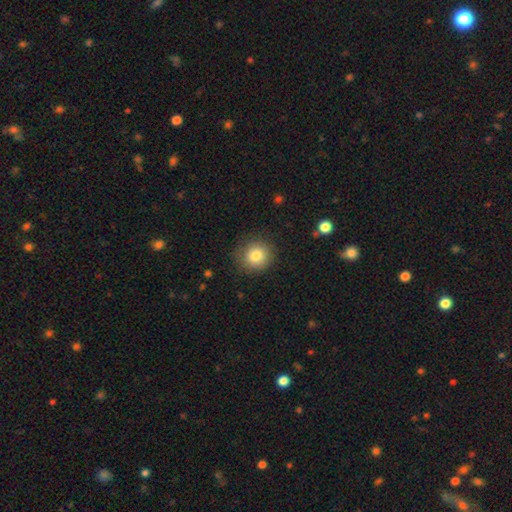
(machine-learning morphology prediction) A smooth galaxy with no disk features (82%) that is round (90%).

Vote fractions:
- Smooth or featured? smooth: 82% / star or artifact: 10% / featured or disk: 9%
- How rounded? round: 90% / in between: 9% / cigar-shaped: 1%
- Merging? none: 85% / minor disturbance: 11% / major disturbance: 4% / merger: 1%